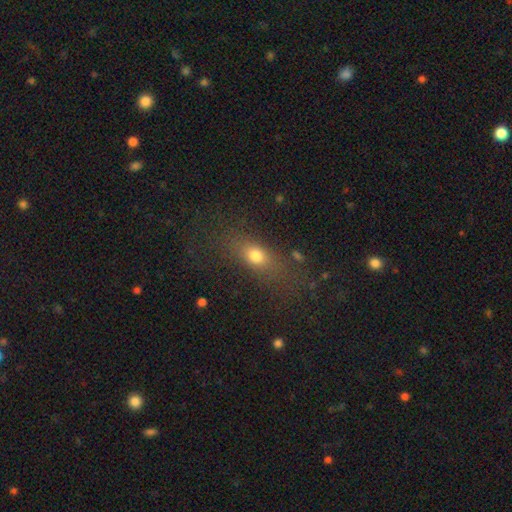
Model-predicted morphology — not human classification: smooth-or-featured: smooth: 71% | star or artifact: 15% | featured or disk: 14%
  how-rounded: in between: 59% | round: 21% | cigar-shaped: 20%
  merging: none: 69% | minor disturbance: 16% | major disturbance: 11% | merger: 4%